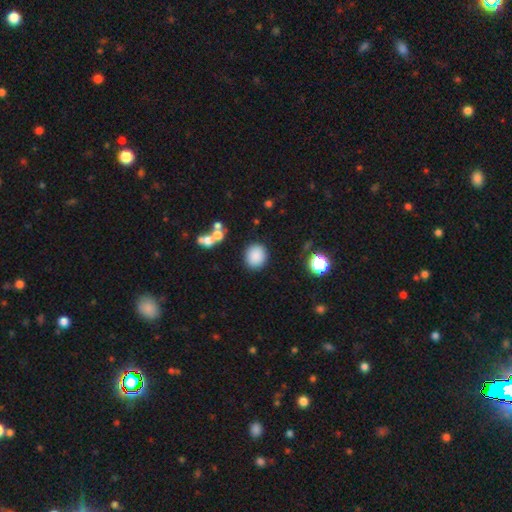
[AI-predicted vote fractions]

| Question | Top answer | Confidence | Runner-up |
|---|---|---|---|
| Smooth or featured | smooth | 85% | star or artifact (9%) |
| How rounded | round | 78% | in between (21%) |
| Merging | none | 86% | minor disturbance (8%) |